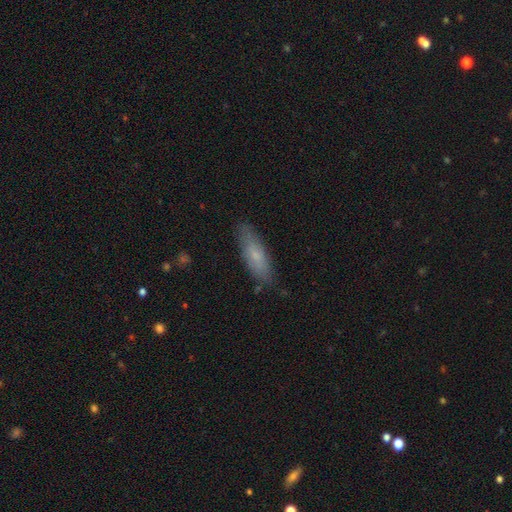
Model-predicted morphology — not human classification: Smooth or featured?
  - smooth: 68% *
  - featured or disk: 25%
  - star or artifact: 7%
How rounded?
  - in between: 52% *
  - cigar-shaped: 46%
  - round: 2%
Merging?
  - none: 80% *
  - minor disturbance: 15%
  - major disturbance: 3%
  - merger: 1%